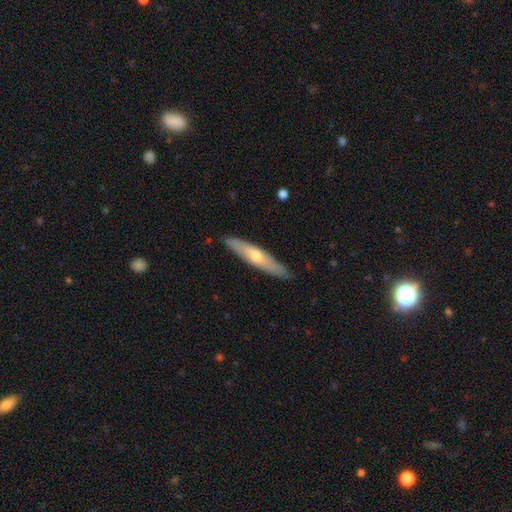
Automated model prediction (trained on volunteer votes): This is possibly a featured or disk galaxy (52%). It is likely viewed edge-on (78%). Merging: clearly none (88%).